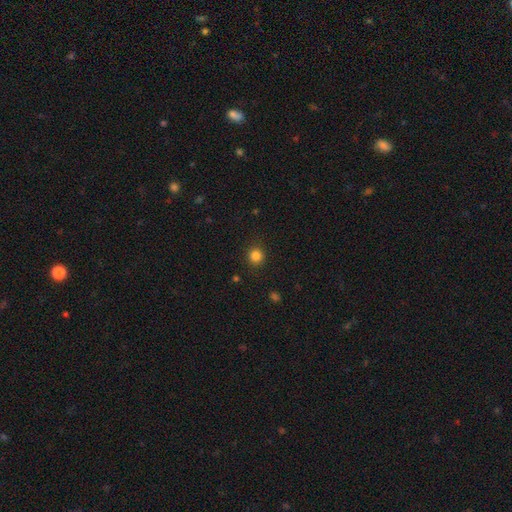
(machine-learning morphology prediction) smooth 84%, star or artifact 12%, featured or disk 4%. Down the decision tree: how rounded — round (92%); merging — none (90%).